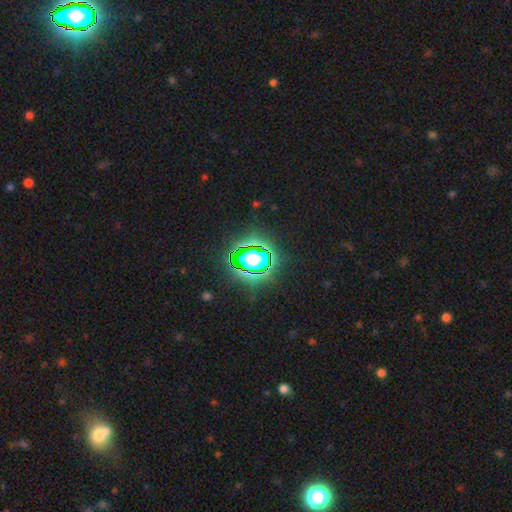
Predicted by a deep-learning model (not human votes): Smooth or featured: star or artifact — 79% (smooth — 13%)